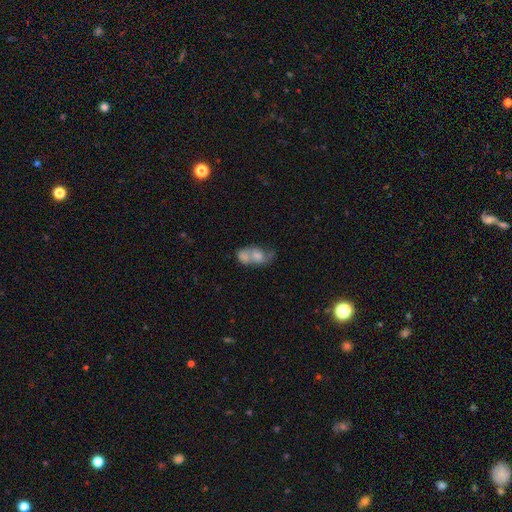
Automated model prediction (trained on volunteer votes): Q: Smooth or featured?
A: smooth (51%); runner-up: featured or disk (41%)
Q: How rounded?
A: in between (77%); runner-up: round (19%)
Q: Merging?
A: merger (65%); runner-up: none (16%)